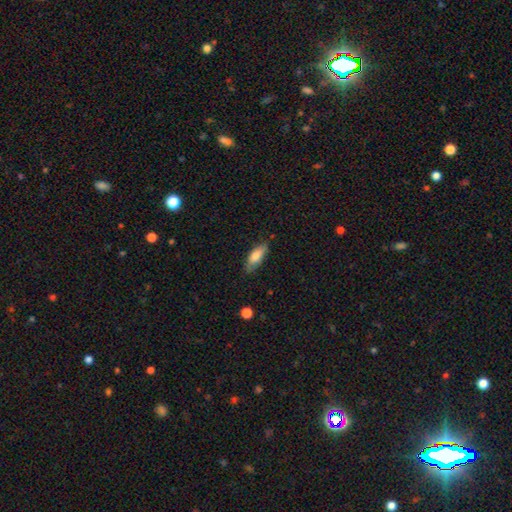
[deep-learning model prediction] smooth_or_featured: smooth (p=0.77) [alt: featured or disk p=0.16]
how_rounded: in between (p=0.66) [alt: cigar-shaped p=0.32]
merging: none (p=0.73) [alt: minor disturbance p=0.21]